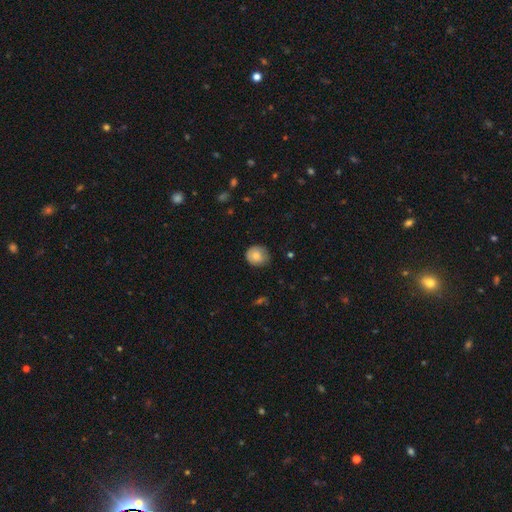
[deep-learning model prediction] Smooth or featured: smooth — 80% (featured or disk — 12%)
How rounded: round — 80% (in between — 19%)
Merging: none — 75% (minor disturbance — 20%)